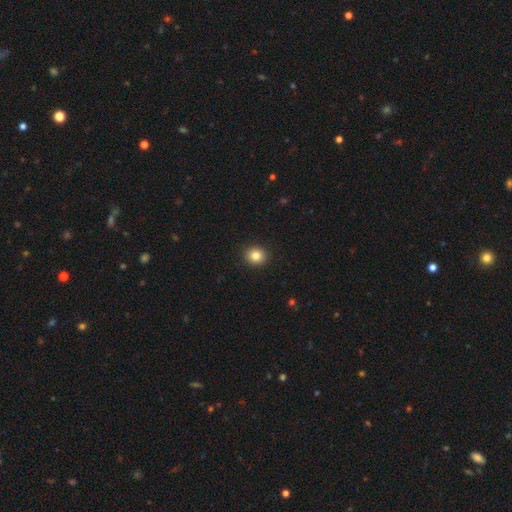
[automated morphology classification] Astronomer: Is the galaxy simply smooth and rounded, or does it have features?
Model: smooth — 84%.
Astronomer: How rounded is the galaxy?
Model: round — 84%.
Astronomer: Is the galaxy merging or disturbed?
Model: none — 92%.